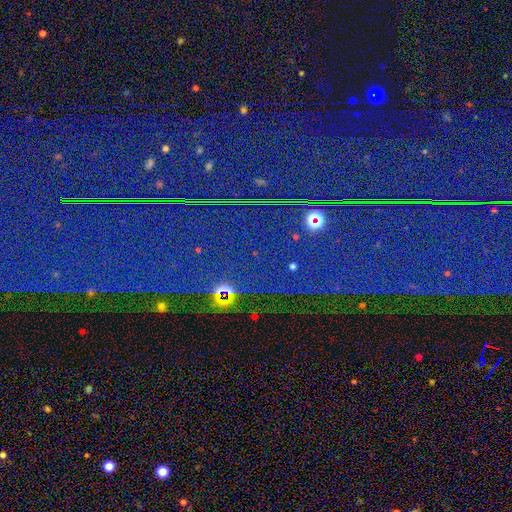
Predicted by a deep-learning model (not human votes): Smooth or featured? star or artifact (86%)